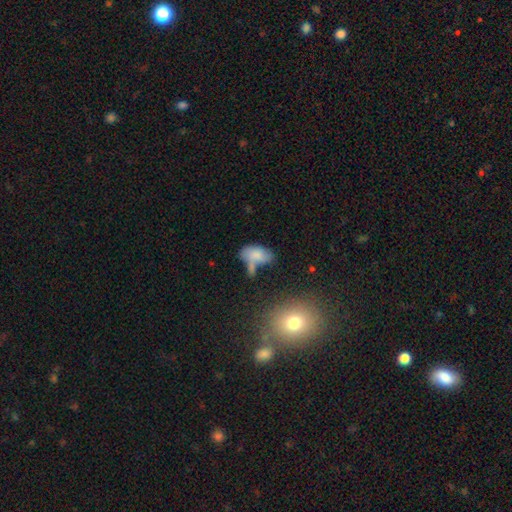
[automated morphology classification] This is likely a smooth galaxy (75%). How rounded: clearly in between (92%). Merging: marginally none (35%).